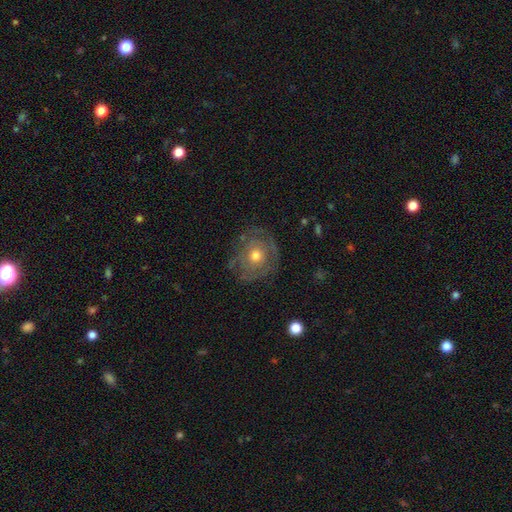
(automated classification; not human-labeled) This is possibly a featured or disk galaxy (56%). It is clearly not viewed edge-on (96%). Bar: clearly no (89%). Spiral arm pattern: possibly no (52%). Central bulge: likely moderate (69%). Merging: likely none (70%).